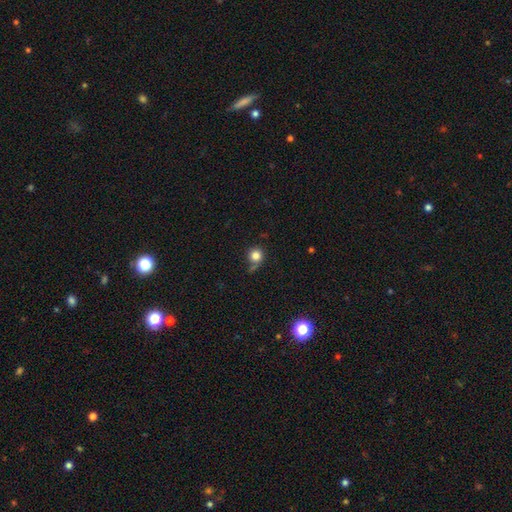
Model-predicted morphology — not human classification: Smooth or featured?
  - smooth: 82% *
  - star or artifact: 11%
  - featured or disk: 7%
How rounded?
  - round: 92% *
  - in between: 7%
  - cigar-shaped: 1%
Merging?
  - none: 62% *
  - minor disturbance: 20%
  - merger: 9%
  - major disturbance: 9%